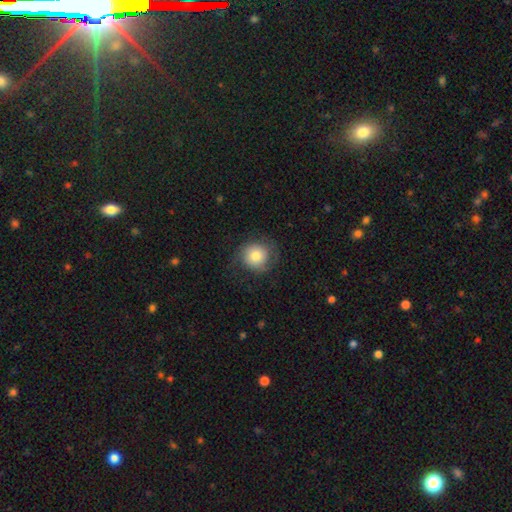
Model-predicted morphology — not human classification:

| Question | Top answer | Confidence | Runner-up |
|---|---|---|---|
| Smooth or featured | smooth | 72% | featured or disk (20%) |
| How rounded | round | 88% | in between (11%) |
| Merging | none | 70% | minor disturbance (18%) |